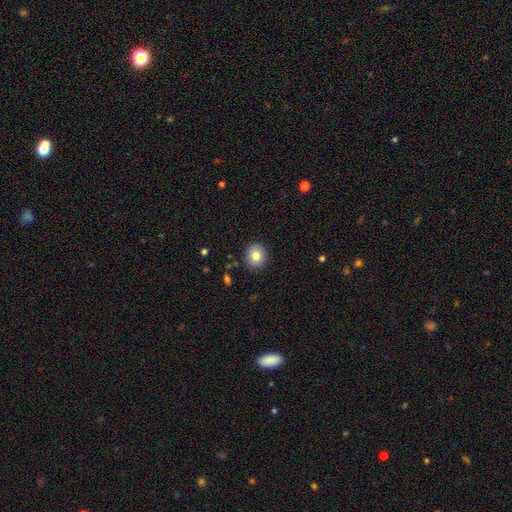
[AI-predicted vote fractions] Morphology: type=smooth (81%); roundness=round (82%); merging=none (89%).